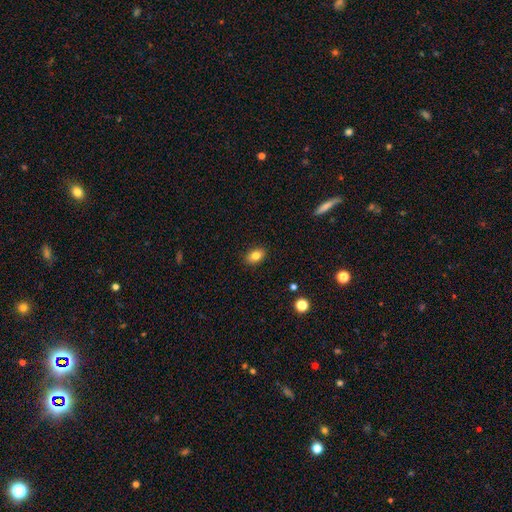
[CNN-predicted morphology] smooth 82%, star or artifact 9%, featured or disk 8%. Down the decision tree: how rounded — in between (84%); merging — none (89%).